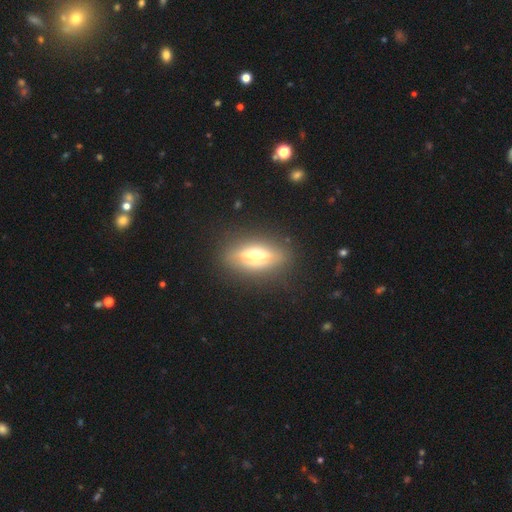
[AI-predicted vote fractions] Smooth or featured?
  - featured or disk: 63% *
  - smooth: 29%
  - star or artifact: 8%
Edge-on disk?
  - yes: 82% *
  - no: 18%
Edge-on bulge?
  - rounded: 87% *
  - boxy: 8%
  - none: 5%
Merging?
  - none: 85% *
  - minor disturbance: 10%
  - major disturbance: 4%
  - merger: 1%